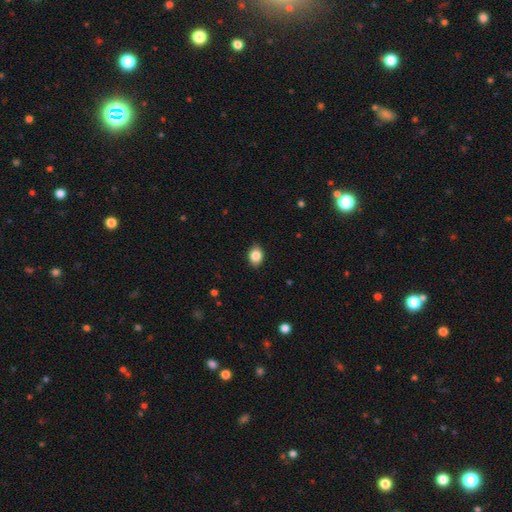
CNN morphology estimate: Smooth or featured: smooth — 85% (star or artifact — 8%)
How rounded: in between — 65% (round — 33%)
Merging: none — 86% (minor disturbance — 11%)